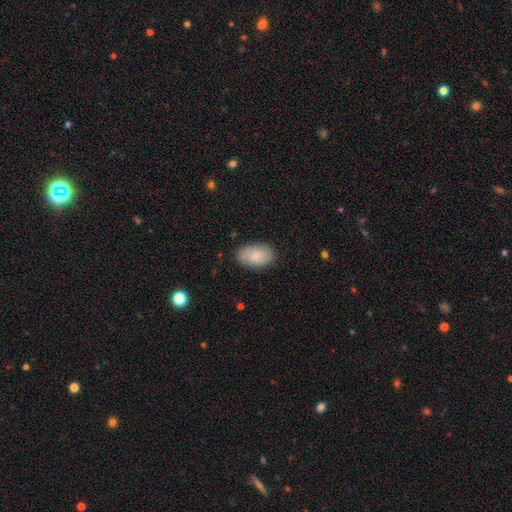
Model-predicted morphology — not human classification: A smooth galaxy with no disk features (68%) that is in between round and cigar-shaped (92%).

Vote fractions:
- Smooth or featured? smooth: 68% / featured or disk: 26% / star or artifact: 7%
- How rounded? in between: 92% / round: 7% / cigar-shaped: 1%
- Merging? none: 82% / minor disturbance: 14% / major disturbance: 3% / merger: 1%